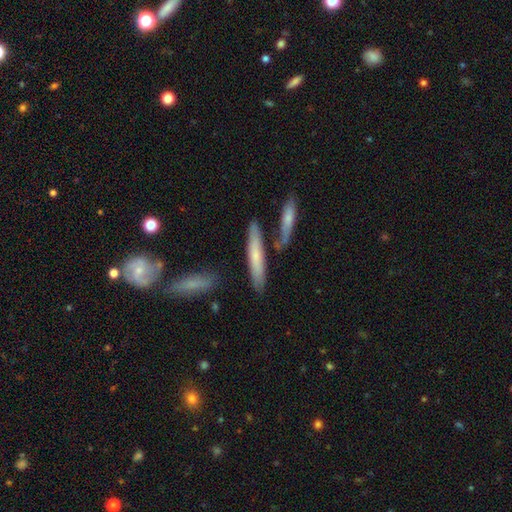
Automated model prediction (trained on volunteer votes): Morphology: type=smooth (59%); roundness=cigar-shaped (86%); merging=none (72%).